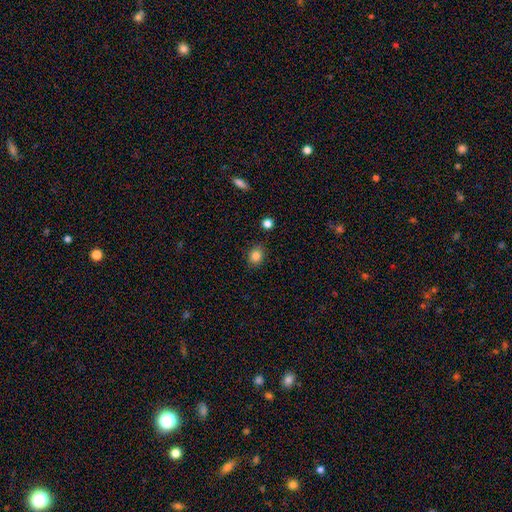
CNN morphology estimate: type=smooth (85%); roundness=round (59%); merging=none (86%).